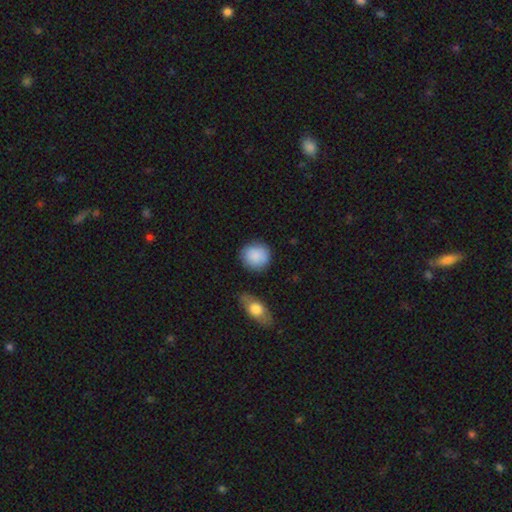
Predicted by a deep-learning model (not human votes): Overall: smooth (88%). How rounded: round (85%). Merging: none (80%).